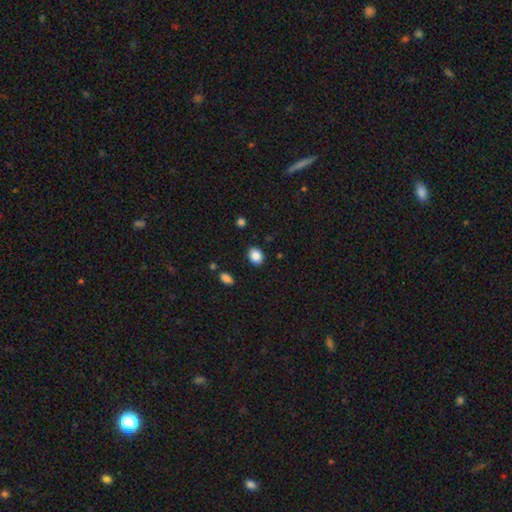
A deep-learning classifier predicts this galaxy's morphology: Smooth or featured?
  - smooth: 87% *
  - star or artifact: 9%
  - featured or disk: 4%
How rounded?
  - in between: 53% *
  - round: 46%
  - cigar-shaped: 1%
Merging?
  - none: 87% *
  - minor disturbance: 9%
  - major disturbance: 2%
  - merger: 2%